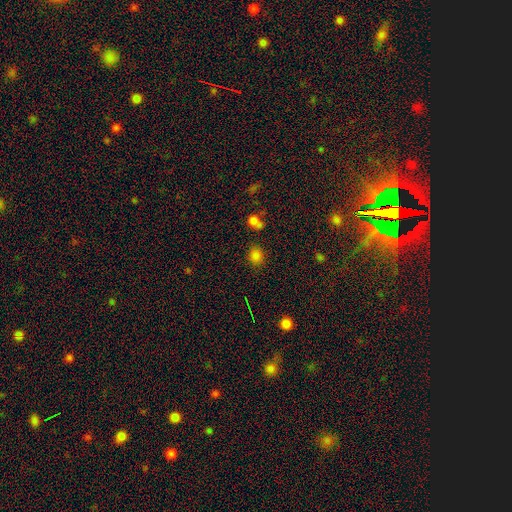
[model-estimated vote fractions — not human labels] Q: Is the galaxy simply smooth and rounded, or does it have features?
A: smooth — 78%.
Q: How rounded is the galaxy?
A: round — 68%.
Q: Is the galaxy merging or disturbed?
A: none — 80%.